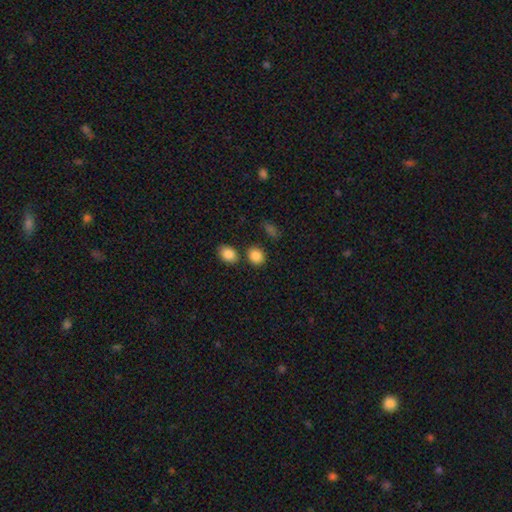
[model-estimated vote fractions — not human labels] Morphology: type=smooth (86%); roundness=round (63%); merging=none (75%).